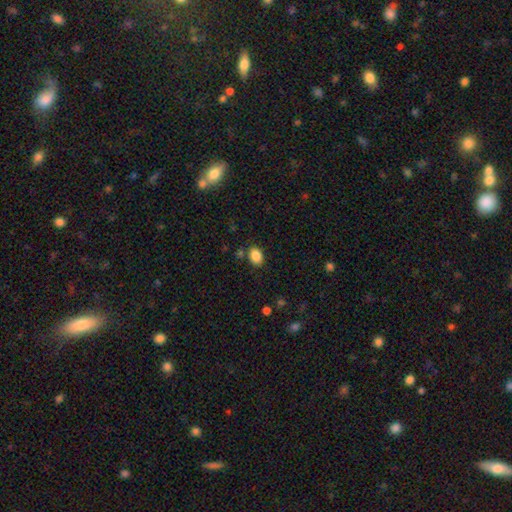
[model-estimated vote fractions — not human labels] smooth_or_featured: smooth (p=0.87) [alt: star or artifact p=0.09]
how_rounded: in between (p=0.77) [alt: round p=0.22]
merging: none (p=0.80) [alt: minor disturbance p=0.12]